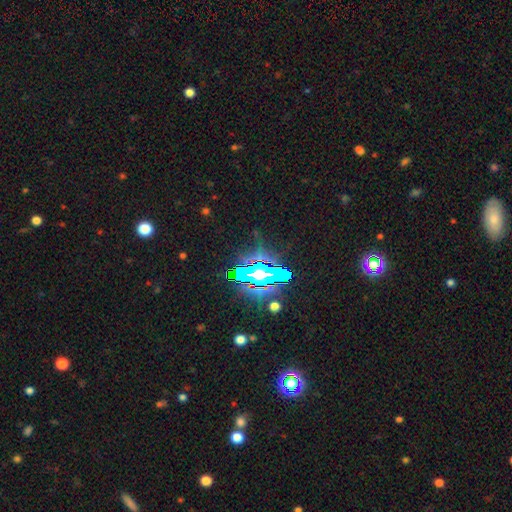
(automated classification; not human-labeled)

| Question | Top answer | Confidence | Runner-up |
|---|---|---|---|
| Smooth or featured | star or artifact | 68% | smooth (16%) |